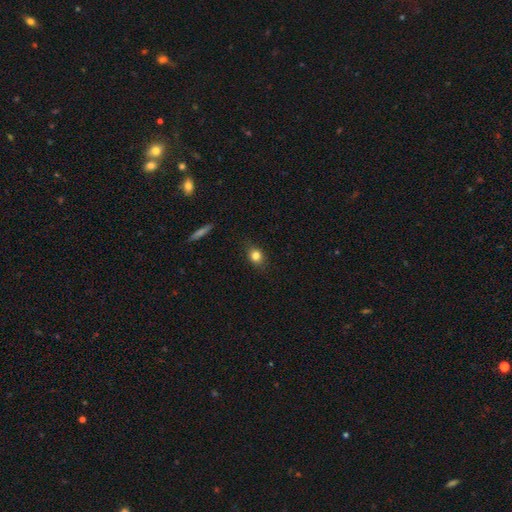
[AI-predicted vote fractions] smooth_or_featured: smooth (p=0.81) [alt: star or artifact p=0.11]
how_rounded: round (p=0.53) [alt: in between p=0.44]
merging: none (p=0.84) [alt: minor disturbance p=0.13]